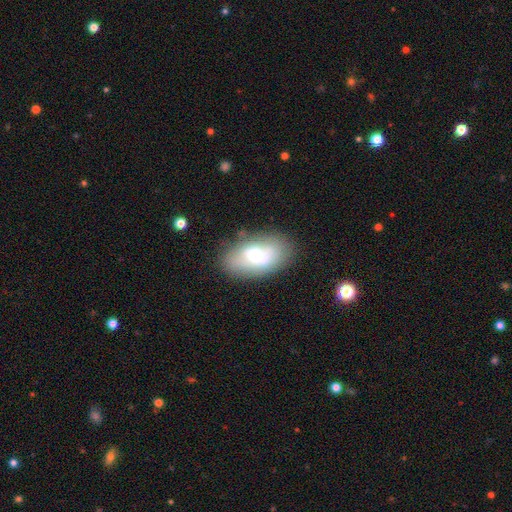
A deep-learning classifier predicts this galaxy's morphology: A smooth galaxy with no disk features (55%) that is in between round and cigar-shaped (91%). Merging: none (70%).